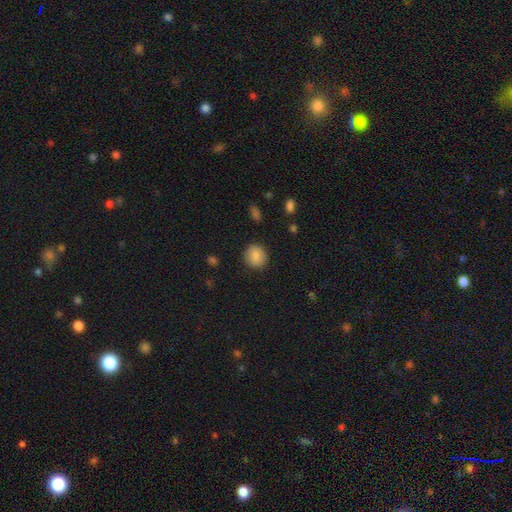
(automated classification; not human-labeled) Q: Smooth or featured?
A: smooth (87%); runner-up: star or artifact (8%)
Q: How rounded?
A: round (84%); runner-up: in between (15%)
Q: Merging?
A: none (89%); runner-up: minor disturbance (8%)